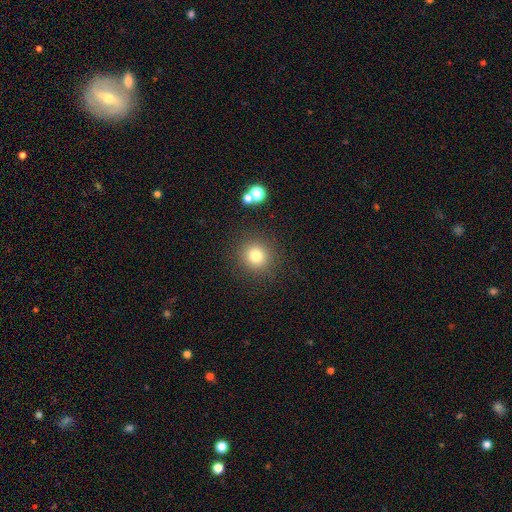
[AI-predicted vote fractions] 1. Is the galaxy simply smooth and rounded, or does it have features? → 79% smooth, 14% star or artifact, 8% featured or disk.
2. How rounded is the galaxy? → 92% round, 7% in between, 1% cigar-shaped.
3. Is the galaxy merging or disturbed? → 88% none, 7% minor disturbance, 3% major disturbance, 2% merger.